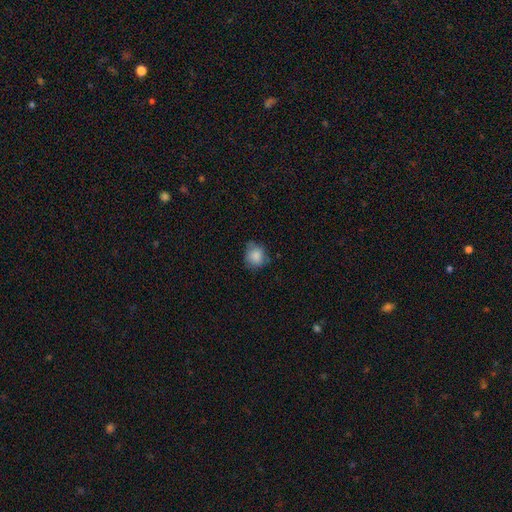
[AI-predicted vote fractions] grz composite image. It shows a smooth galaxy with no disk features (84%) that is round (79%). Merging: none (63%).